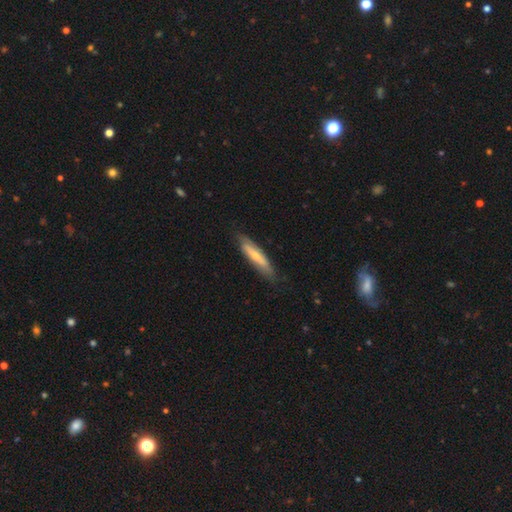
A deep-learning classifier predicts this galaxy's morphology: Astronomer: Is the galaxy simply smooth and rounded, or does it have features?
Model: smooth — 50% (runner-up: featured or disk, 44%).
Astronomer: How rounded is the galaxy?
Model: cigar-shaped — 78%.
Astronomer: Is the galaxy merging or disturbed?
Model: none — 79%.